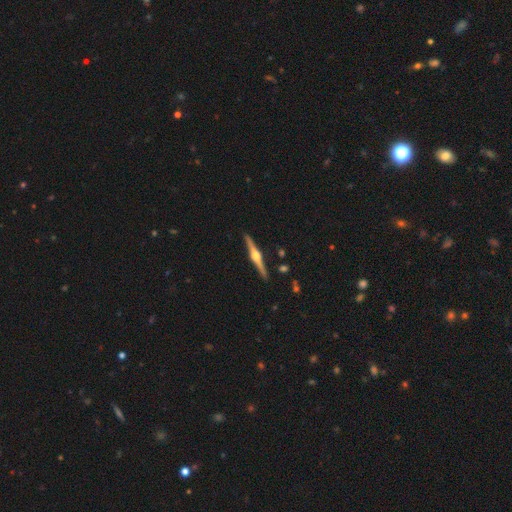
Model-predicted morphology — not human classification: type=featured or disk (86%); edge-on=yes (99%); edge-on bulge=rounded (96%); merging=none (91%).